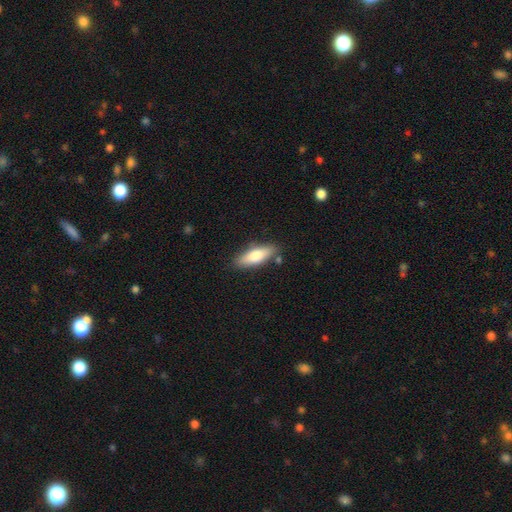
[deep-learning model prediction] Smooth or featured: smooth — 72% (featured or disk — 22%)
How rounded: in between — 57% (cigar-shaped — 40%)
Merging: none — 81% (minor disturbance — 12%)